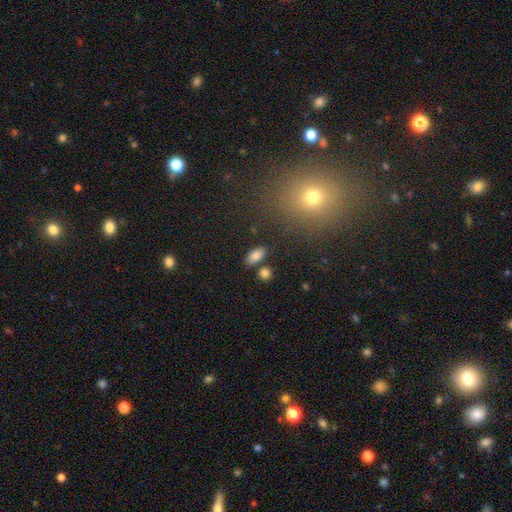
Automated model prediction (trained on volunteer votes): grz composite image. It shows a smooth galaxy with no disk features (84%) that is in between round and cigar-shaped (90%). Merging: none (79%).